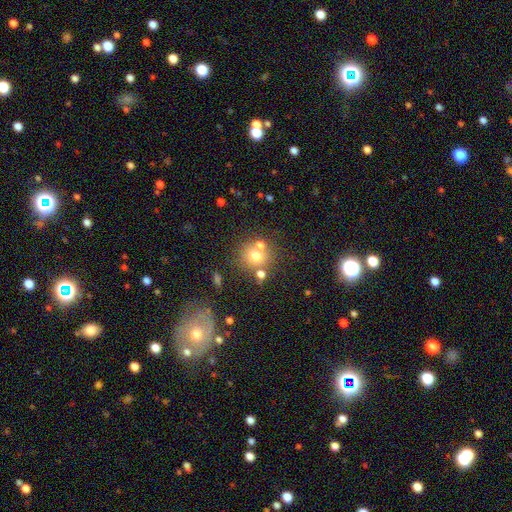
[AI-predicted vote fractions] Smooth or featured? smooth (69%)
How rounded? round (86%)
Merging? none (60%)